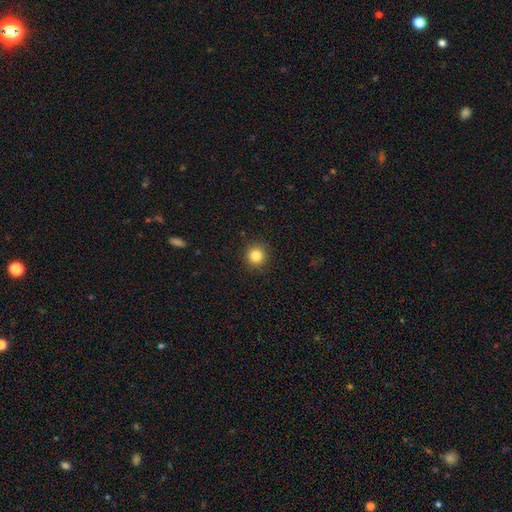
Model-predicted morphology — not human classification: A smooth galaxy with no disk features (85%) that is round (94%). Merging: none (90%).